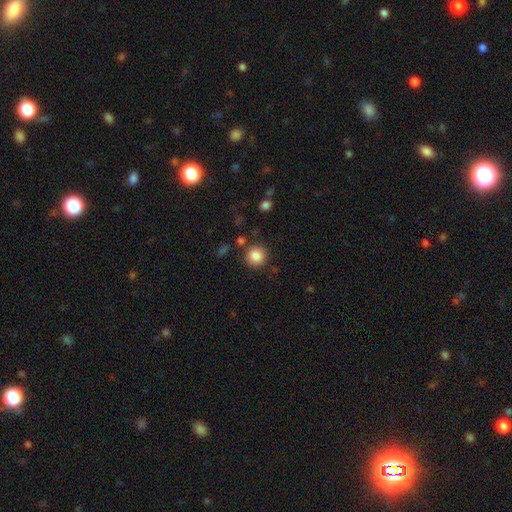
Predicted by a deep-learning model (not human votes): This appears to be a smooth galaxy with no disk features (86%) that is round (91%). Merging: none (85%).